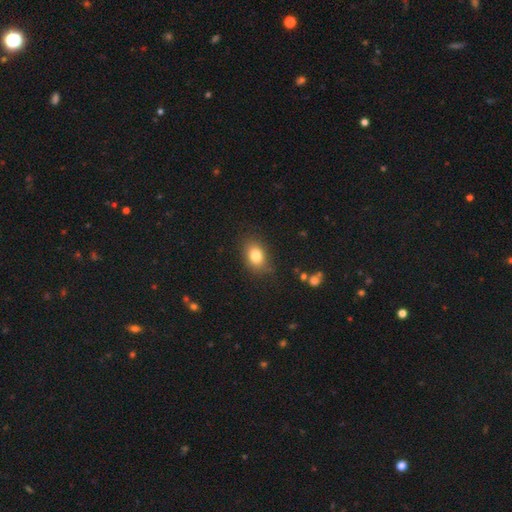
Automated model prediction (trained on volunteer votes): smooth 81%, star or artifact 10%, featured or disk 9%. Down the decision tree: how rounded — in between (72%); merging — none (81%).